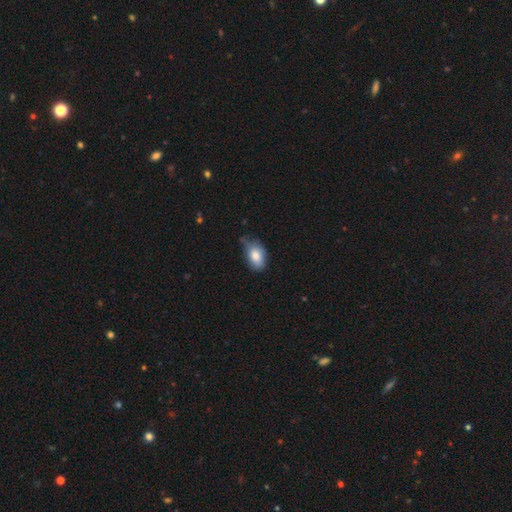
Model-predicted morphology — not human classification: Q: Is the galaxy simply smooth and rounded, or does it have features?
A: smooth — 82%.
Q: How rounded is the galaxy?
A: in between — 89%.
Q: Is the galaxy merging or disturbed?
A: none — 46%.